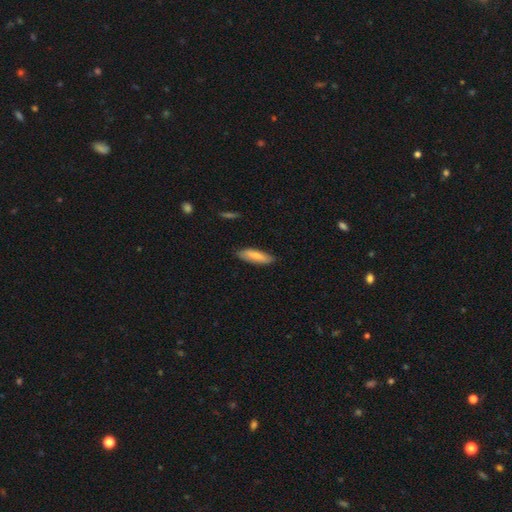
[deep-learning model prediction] Smooth or featured: smooth — 77% (featured or disk — 17%)
How rounded: cigar-shaped — 54% (in between — 44%)
Merging: none — 84% (minor disturbance — 13%)